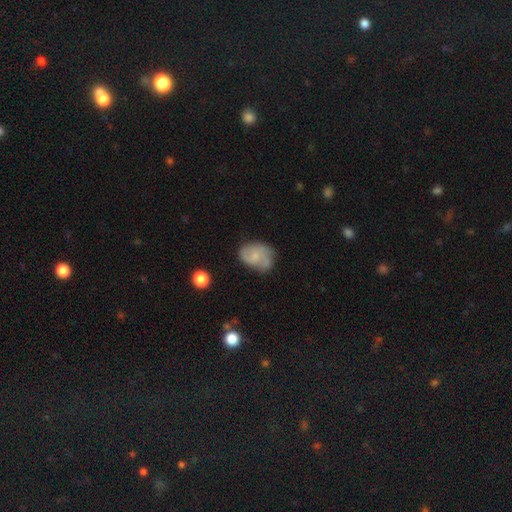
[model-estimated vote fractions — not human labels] A featured or disk galaxy (48%).

Vote fractions:
- Smooth or featured? featured or disk: 48% / smooth: 44% / star or artifact: 8%
- Merging? none: 52% / minor disturbance: 32% / major disturbance: 12% / merger: 4%